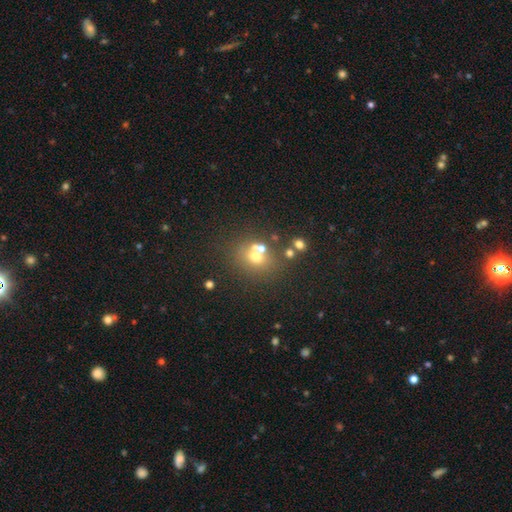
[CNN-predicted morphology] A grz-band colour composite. It shows a smooth galaxy with no disk features (59%) that is round (73%). Merging: none (59%).